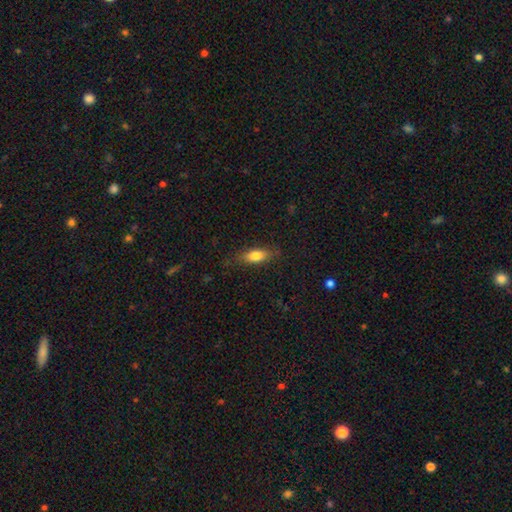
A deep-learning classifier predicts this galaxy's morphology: smooth_or_featured: smooth (p=0.78) [alt: featured or disk p=0.15]
how_rounded: in between (p=0.73) [alt: cigar-shaped p=0.23]
merging: none (p=0.78) [alt: minor disturbance p=0.17]